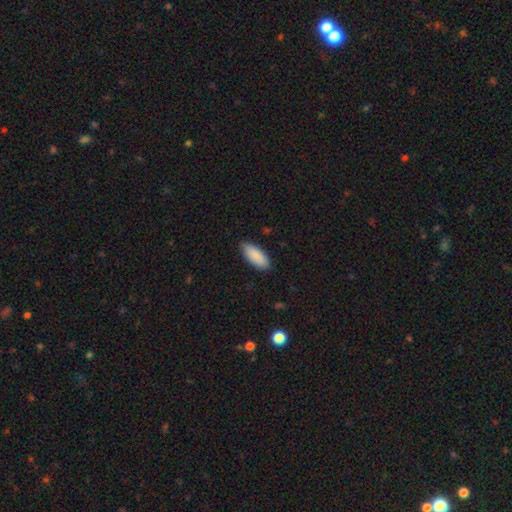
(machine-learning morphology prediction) Smooth or featured?
  - smooth: 88% *
  - featured or disk: 6%
  - star or artifact: 6%
How rounded?
  - in between: 83% *
  - cigar-shaped: 15%
  - round: 2%
Merging?
  - none: 84% *
  - minor disturbance: 13%
  - major disturbance: 2%
  - merger: 1%